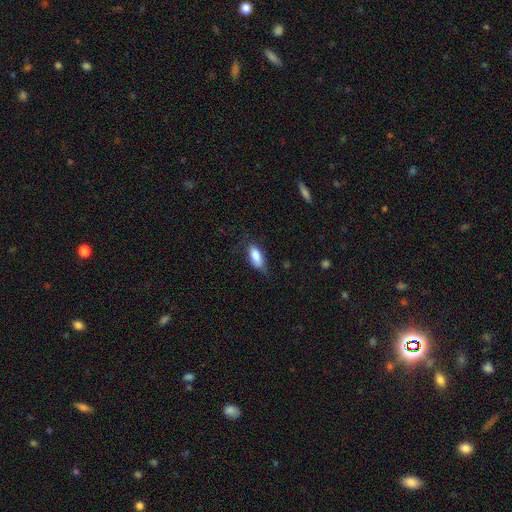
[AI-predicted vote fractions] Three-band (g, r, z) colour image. It shows a smooth galaxy with no disk features (84%) that is in between round and cigar-shaped (81%). Merging: none (64%).